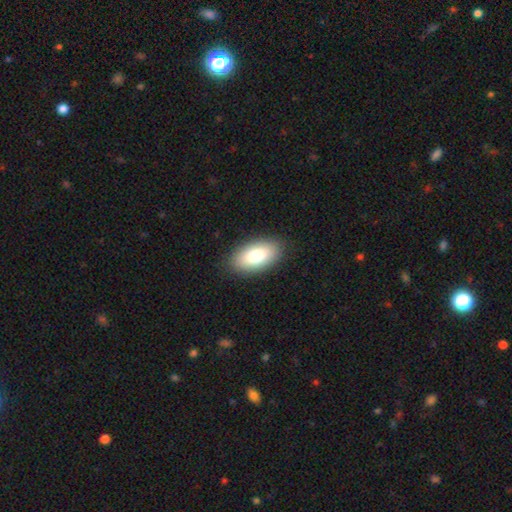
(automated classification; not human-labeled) This is clearly a smooth galaxy (81%). How rounded: clearly in between (94%). Merging: clearly none (88%).